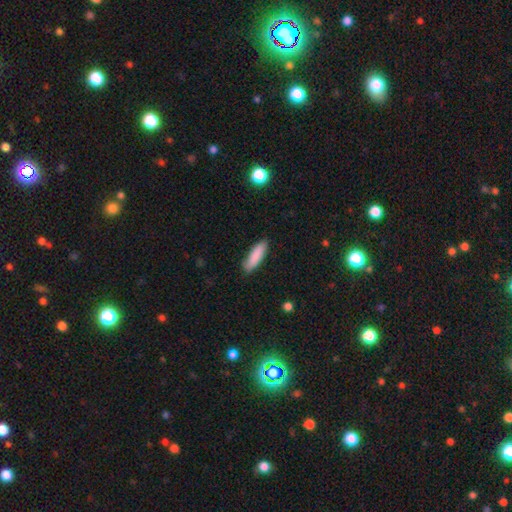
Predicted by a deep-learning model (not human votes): This appears to be a smooth galaxy with no disk features (87%) that is cigar-shaped (59%). Merging: none (83%).